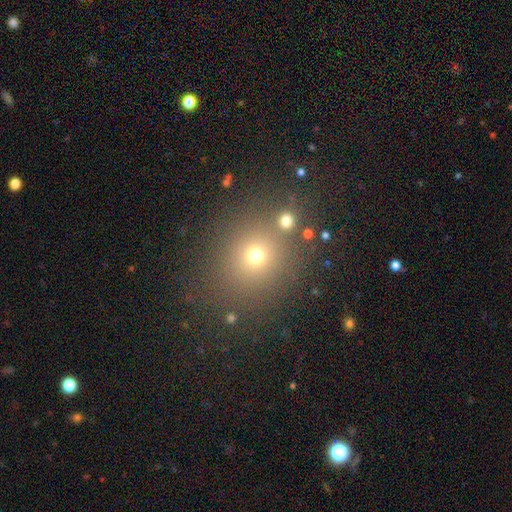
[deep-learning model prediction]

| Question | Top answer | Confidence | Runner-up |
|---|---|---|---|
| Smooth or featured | smooth | 67% | star or artifact (23%) |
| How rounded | round | 80% | in between (19%) |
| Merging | none | 75% | merger (11%) |